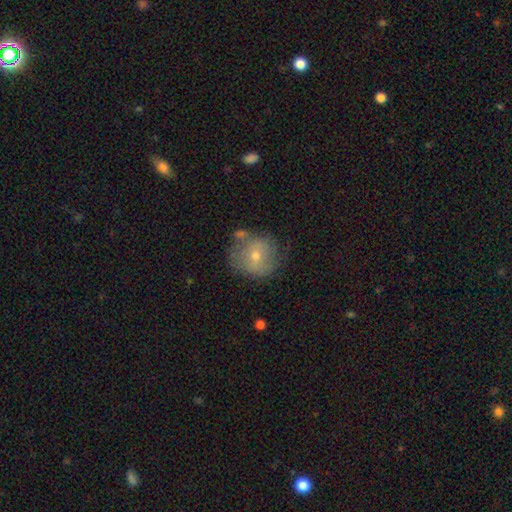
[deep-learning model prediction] smooth 54%, featured or disk 36%, star or artifact 10%. Down the decision tree: how rounded — round (84%); merging — none (63%).